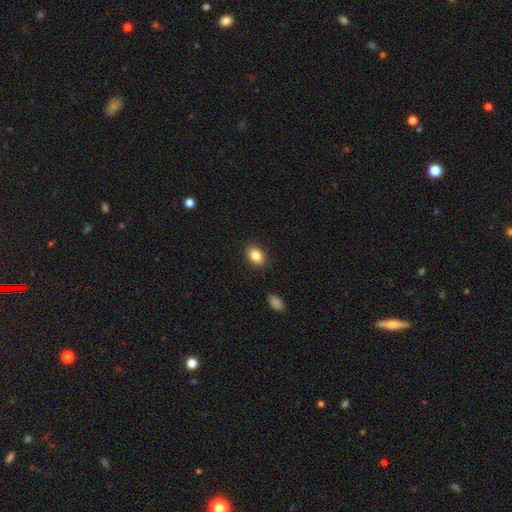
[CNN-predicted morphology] type=smooth (86%); roundness=in between (76%); merging=none (88%).